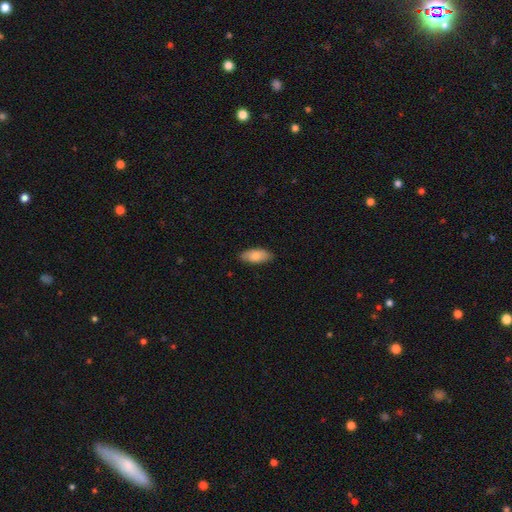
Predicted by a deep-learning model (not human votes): A smooth galaxy with no disk features (82%) that is in between round and cigar-shaped (86%). Merging: none (86%).